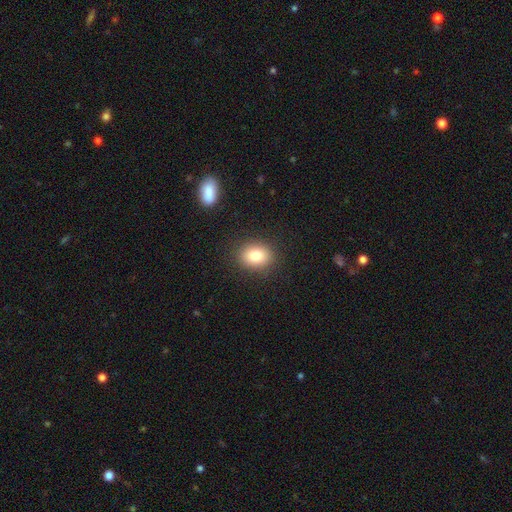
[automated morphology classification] smooth_or_featured: smooth (p=0.82) [alt: star or artifact p=0.10]
how_rounded: in between (p=0.50) [alt: round p=0.49]
merging: none (p=0.88) [alt: minor disturbance p=0.08]